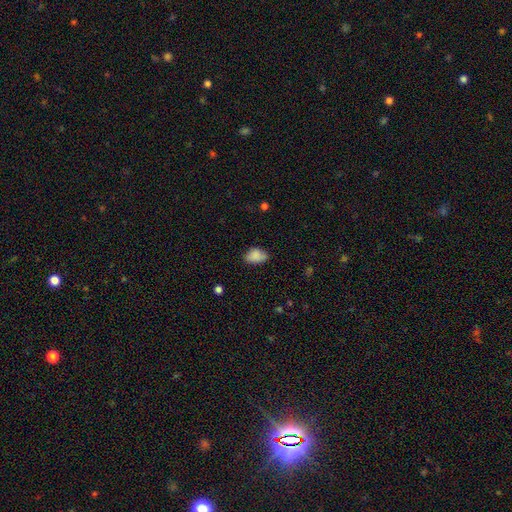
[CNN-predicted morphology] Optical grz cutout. It shows a smooth galaxy with no disk features (84%) that is in between round and cigar-shaped (85%). Merging: none (61%).